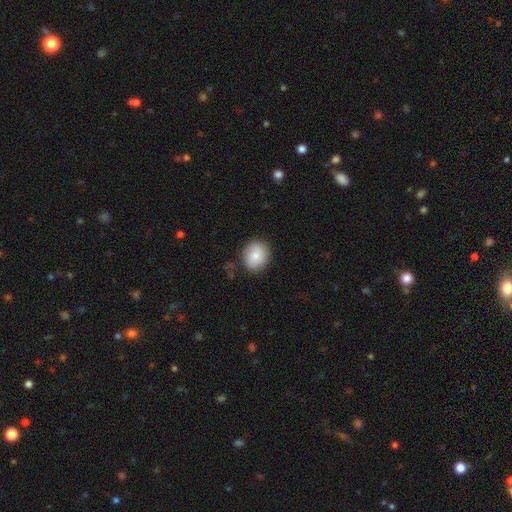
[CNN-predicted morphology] This is clearly a smooth galaxy (83%). How rounded: likely round (76%). Merging: clearly none (83%).